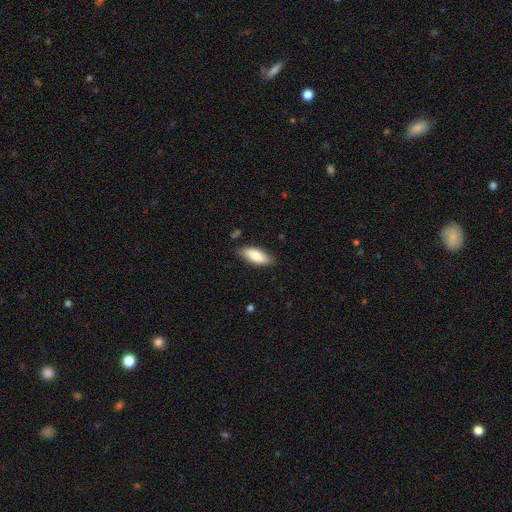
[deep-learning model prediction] smooth_or_featured: smooth (p=0.81) [alt: featured or disk p=0.13]
how_rounded: in between (p=0.78) [alt: cigar-shaped p=0.20]
merging: none (p=0.82) [alt: minor disturbance p=0.14]